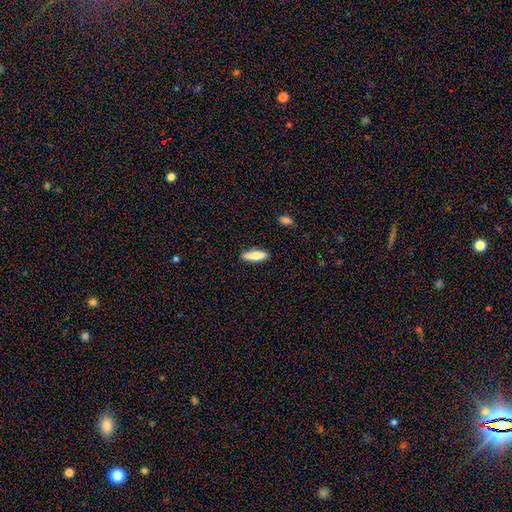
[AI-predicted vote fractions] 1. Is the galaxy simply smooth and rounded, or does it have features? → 80% smooth, 14% featured or disk, 6% star or artifact.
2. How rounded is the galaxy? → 58% cigar-shaped, 40% in between, 2% round.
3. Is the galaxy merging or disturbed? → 85% none, 11% minor disturbance, 2% major disturbance, 2% merger.